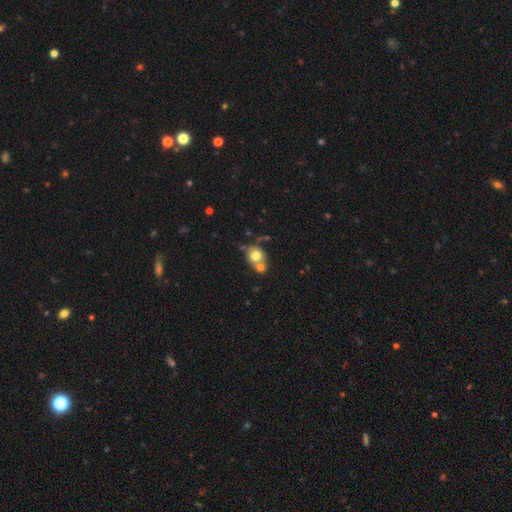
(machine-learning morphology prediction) This appears to be a smooth galaxy with no disk features (73%) that is round (62%). Merging: merger (50%).